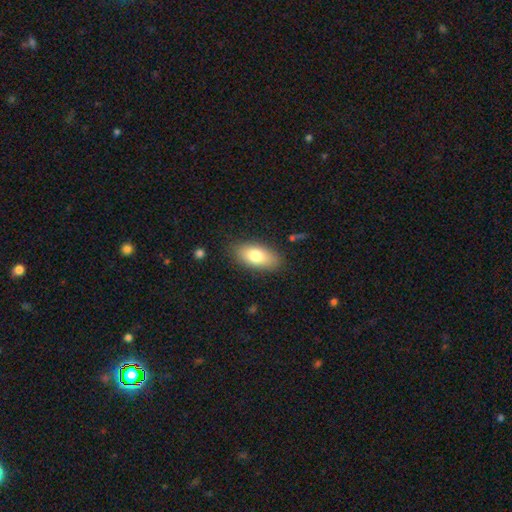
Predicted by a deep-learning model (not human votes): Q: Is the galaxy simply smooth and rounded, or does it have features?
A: smooth — 78%.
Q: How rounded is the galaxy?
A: in between — 89%.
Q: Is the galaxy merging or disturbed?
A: none — 84%.